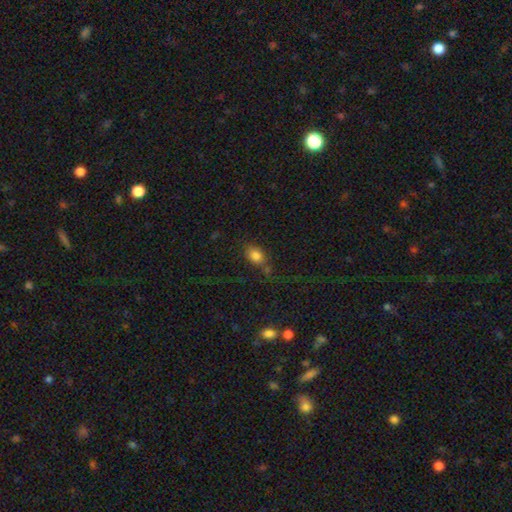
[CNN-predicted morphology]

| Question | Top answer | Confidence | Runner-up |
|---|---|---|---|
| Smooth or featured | smooth | 81% | star or artifact (12%) |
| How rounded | in between | 69% | round (28%) |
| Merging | none | 58% | minor disturbance (21%) |